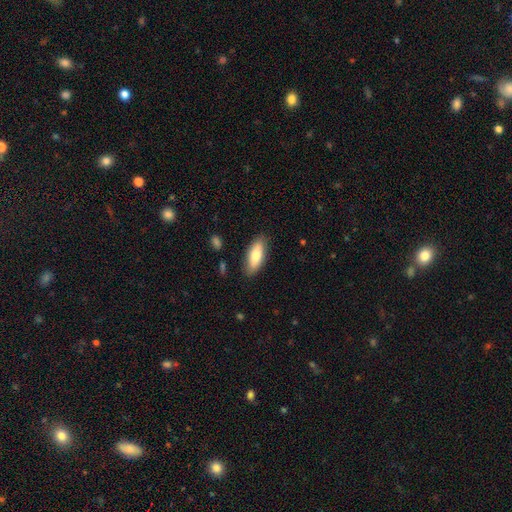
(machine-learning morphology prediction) Smooth or featured?
  - smooth: 74% *
  - featured or disk: 20%
  - star or artifact: 6%
How rounded?
  - in between: 78% *
  - cigar-shaped: 20%
  - round: 2%
Merging?
  - none: 85% *
  - minor disturbance: 11%
  - major disturbance: 2%
  - merger: 2%